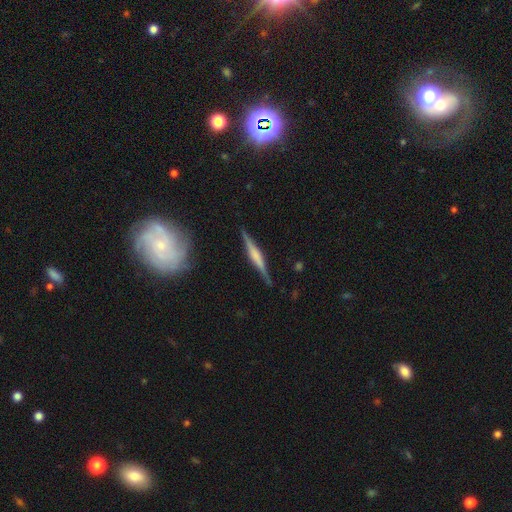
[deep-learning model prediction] The model was most divided on "edge-on bulge": rounded: 48%, boxy: 35%, none: 17%. More confident: edge-on disk — yes (98%); merging — none (87%); smooth or featured — featured or disk (71%).